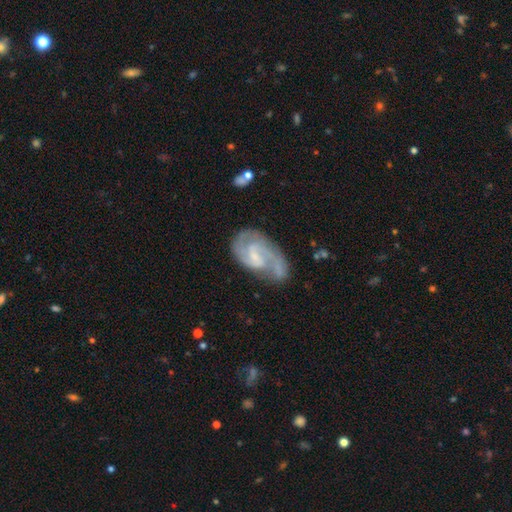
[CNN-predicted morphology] type=featured or disk (81%); edge-on=no (97%); bar=weak (55%); spiral arms=yes (93%); winding=medium (48%); arm count=2 (63%); bulge=small (55%); merging=none (52%).